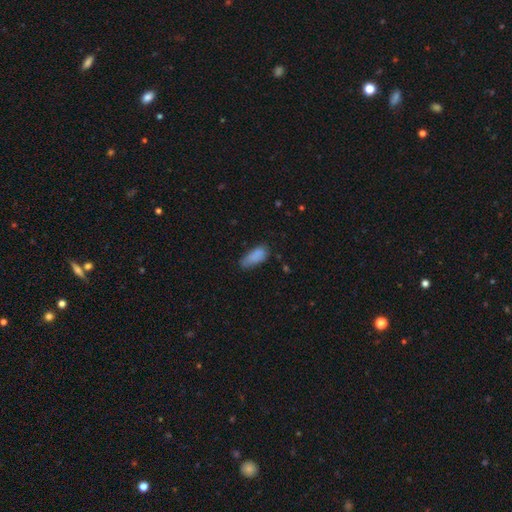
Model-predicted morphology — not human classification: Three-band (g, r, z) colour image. It shows a smooth galaxy with no disk features (83%) that is in between round and cigar-shaped (83%). Merging: none (52%).